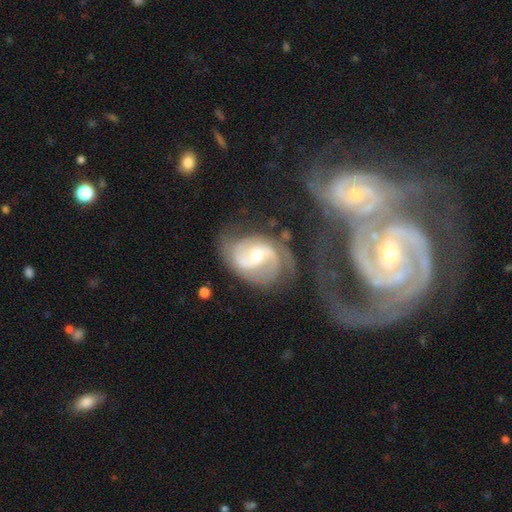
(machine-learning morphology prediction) The model was most divided on "bar": weak: 45%, no: 38%, strong: 17%. More confident: edge-on disk — no (98%); spiral arms — yes (96%); smooth or featured — featured or disk (87%); spiral arm count — 2 (83%); merging — none (60%); bulge size — moderate (52%); spiral winding — medium (51%).